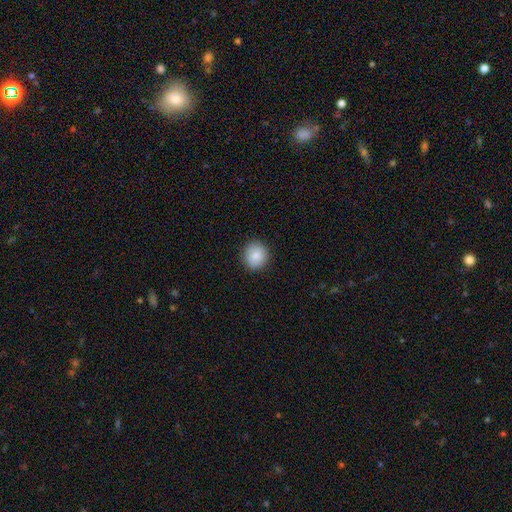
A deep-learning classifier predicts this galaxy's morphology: A smooth galaxy with no disk features (86%) that is round (89%).

Vote fractions:
- Smooth or featured? smooth: 86% / star or artifact: 8% / featured or disk: 6%
- How rounded? round: 89% / in between: 10% / cigar-shaped: 1%
- Merging? none: 90% / minor disturbance: 7% / major disturbance: 2% / merger: 1%